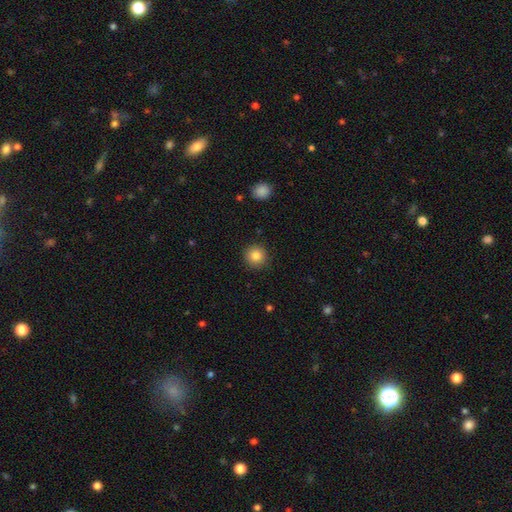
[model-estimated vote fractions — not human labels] A smooth galaxy with no disk features (84%) that is round (94%). Merging: none (90%).